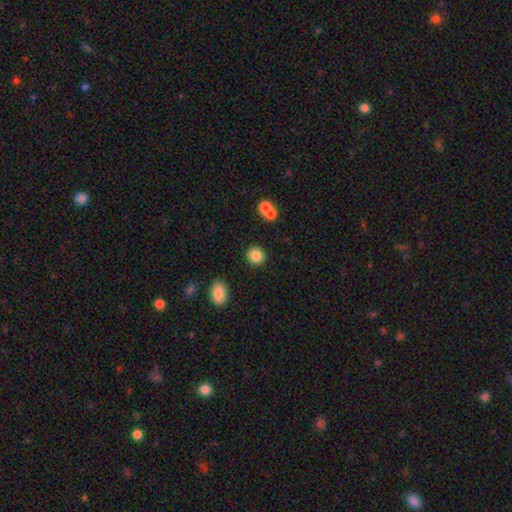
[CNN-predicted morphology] Q: Smooth or featured?
A: smooth (84%); runner-up: star or artifact (10%)
Q: How rounded?
A: round (88%); runner-up: in between (11%)
Q: Merging?
A: none (88%); runner-up: minor disturbance (6%)